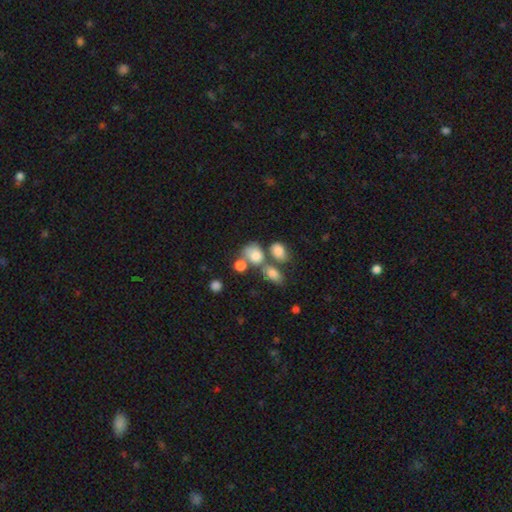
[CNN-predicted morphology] A smooth galaxy with no disk features (75%) that is round (50%). Merging: merger (42%).